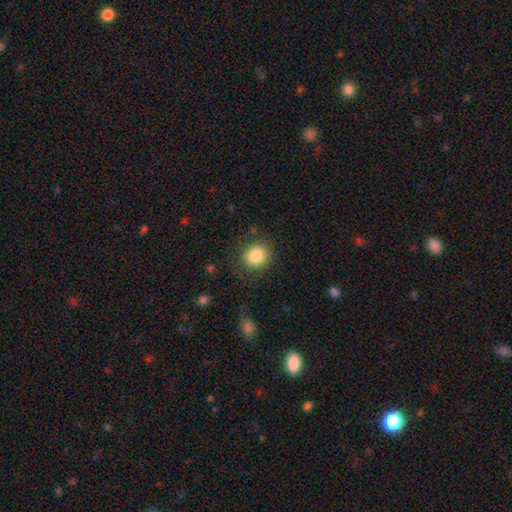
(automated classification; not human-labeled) The model was most divided on "how rounded": round: 83%, in between: 16%, cigar-shaped: 1%. More confident: smooth or featured — smooth (86%); merging — none (83%).